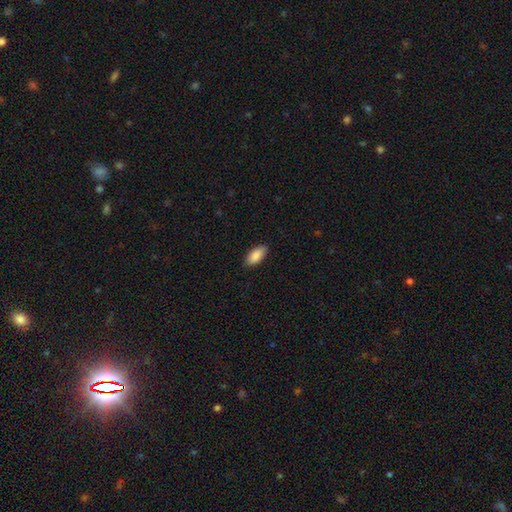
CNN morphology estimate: type=smooth (89%); roundness=in between (89%); merging=none (87%).